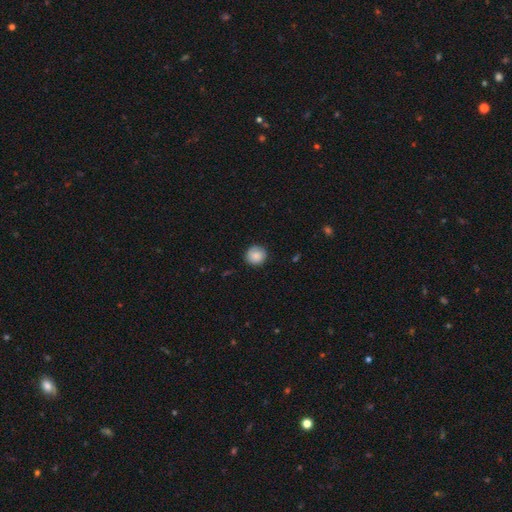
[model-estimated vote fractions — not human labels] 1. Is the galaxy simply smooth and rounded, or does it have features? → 83% smooth, 9% featured or disk, 8% star or artifact.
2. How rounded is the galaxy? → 90% round, 10% in between, 1% cigar-shaped.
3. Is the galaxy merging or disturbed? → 83% none, 13% minor disturbance, 3% major disturbance, 1% merger.